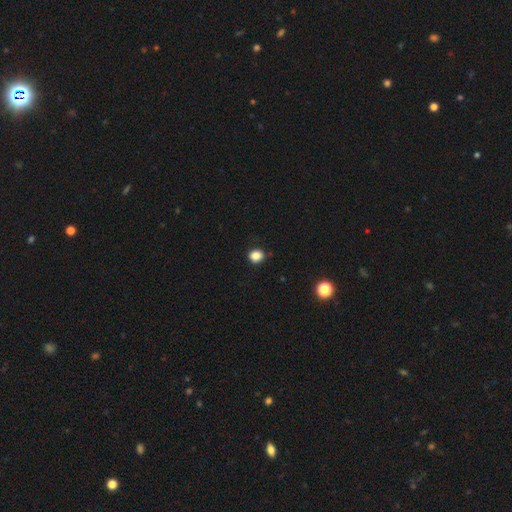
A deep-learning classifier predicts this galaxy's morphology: This is clearly a smooth galaxy (85%). How rounded: likely round (71%). Merging: clearly none (88%).